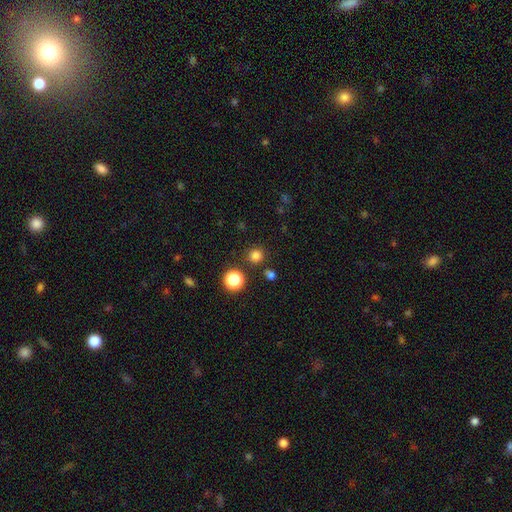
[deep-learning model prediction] smooth-or-featured: smooth: 79% | star or artifact: 17% | featured or disk: 4%
  how-rounded: round: 93% | in between: 6% | cigar-shaped: 1%
  merging: none: 87% | minor disturbance: 7% | merger: 4% | major disturbance: 3%